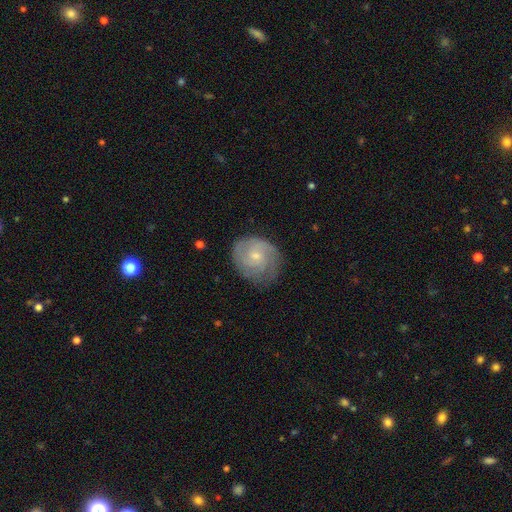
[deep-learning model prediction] Q: Smooth or featured?
A: featured or disk (66%); runner-up: smooth (28%)
Q: Edge-on disk?
A: no (97%); runner-up: yes (3%)
Q: Bar?
A: no (65%); runner-up: weak (32%)
Q: Spiral arms?
A: yes (89%); runner-up: no (11%)
Q: Spiral winding?
A: tight (58%); runner-up: medium (32%)
Q: Spiral arm count?
A: can't tell (36%); runner-up: 2 (33%)
Q: Bulge size?
A: small (61%); runner-up: moderate (33%)
Q: Merging?
A: none (65%); runner-up: minor disturbance (24%)